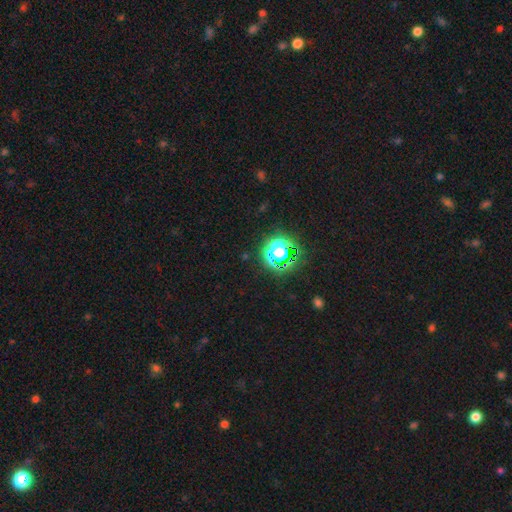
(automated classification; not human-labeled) A star or artifact, not a galaxy (79%).